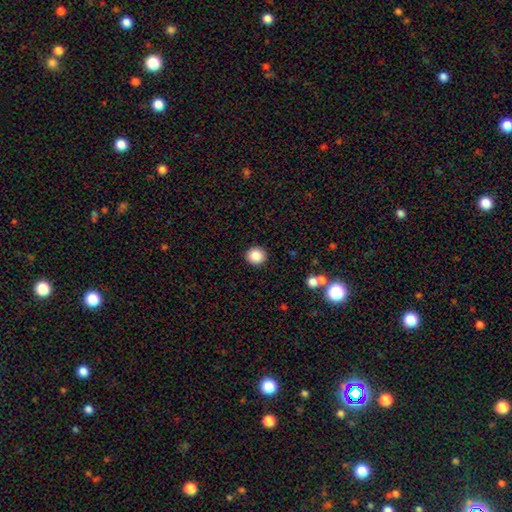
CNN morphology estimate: smooth-or-featured: smooth: 87% | star or artifact: 9% | featured or disk: 4%
  how-rounded: round: 90% | in between: 9% | cigar-shaped: 1%
  merging: none: 91% | minor disturbance: 5% | major disturbance: 2% | merger: 2%